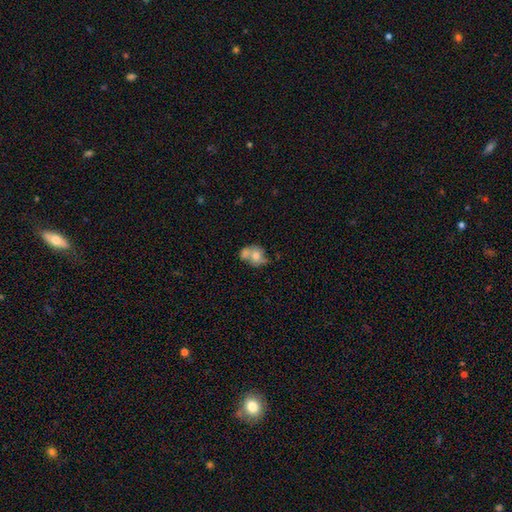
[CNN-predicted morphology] This appears to be a smooth galaxy with no disk features (62%) that is round (58%). Merging: merger (52%).